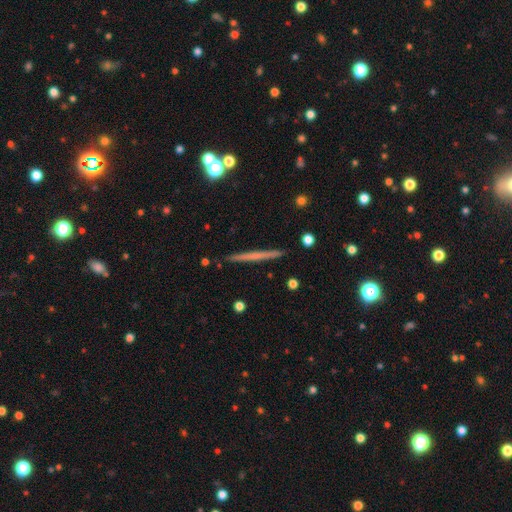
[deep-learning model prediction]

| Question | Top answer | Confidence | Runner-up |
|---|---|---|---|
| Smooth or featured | featured or disk | 49% | smooth (44%) |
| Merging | none | 91% | minor disturbance (6%) |